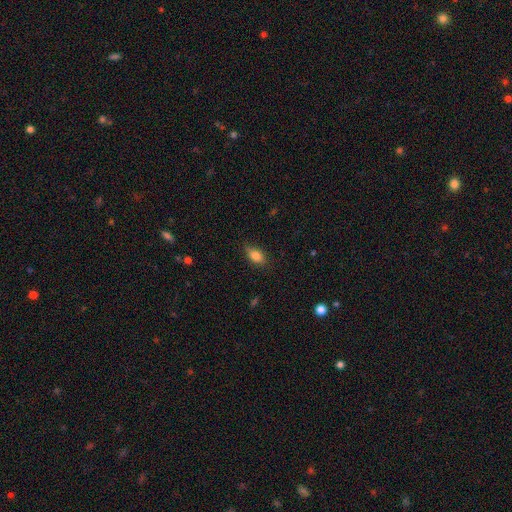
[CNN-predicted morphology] This is clearly a smooth galaxy (83%). How rounded: clearly in between (85%). Merging: likely none (79%).